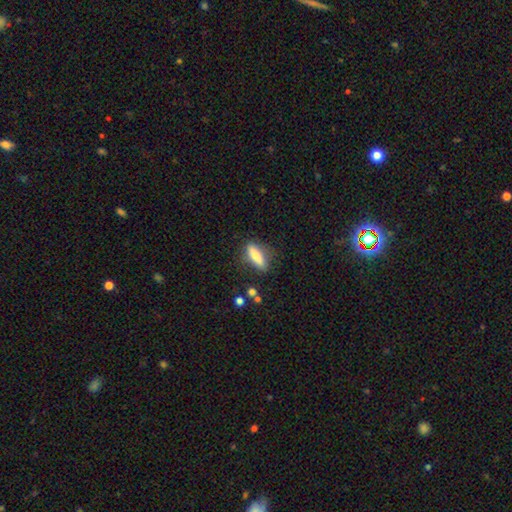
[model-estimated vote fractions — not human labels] Q: Smooth or featured?
A: smooth (74%); runner-up: featured or disk (19%)
Q: How rounded?
A: cigar-shaped (58%); runner-up: in between (39%)
Q: Merging?
A: none (76%); runner-up: minor disturbance (16%)